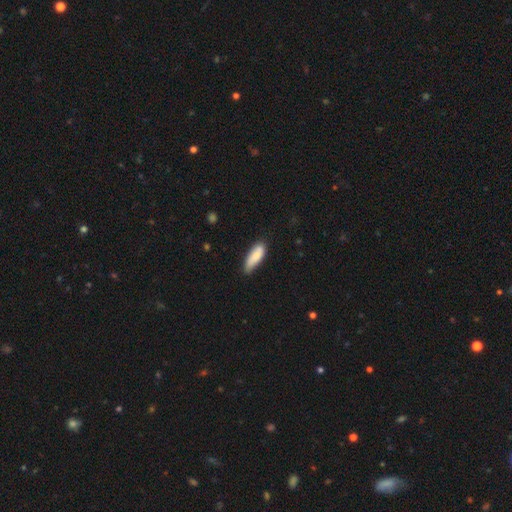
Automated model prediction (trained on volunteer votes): This is clearly a smooth galaxy (83%). How rounded: possibly in between (58%). Merging: likely none (67%).